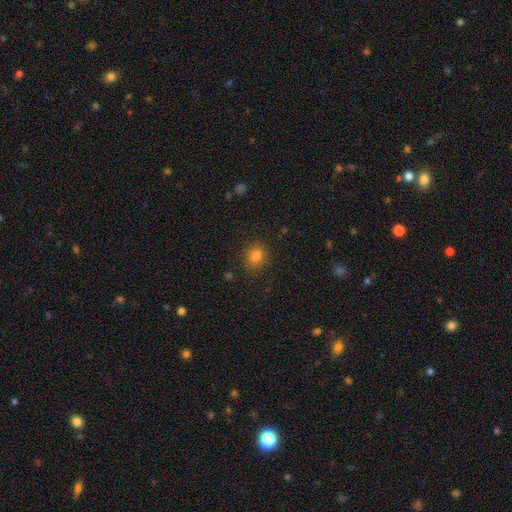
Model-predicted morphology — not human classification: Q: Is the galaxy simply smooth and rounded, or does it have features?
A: smooth — 80%.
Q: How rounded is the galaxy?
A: round — 64%.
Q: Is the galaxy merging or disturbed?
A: none — 82%.